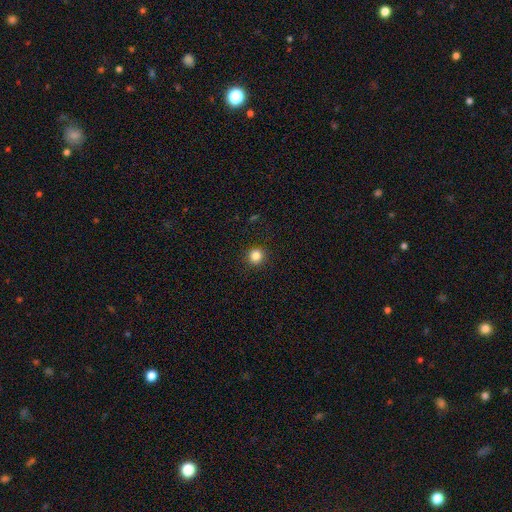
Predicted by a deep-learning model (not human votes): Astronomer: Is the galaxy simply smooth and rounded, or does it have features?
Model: smooth — 84%.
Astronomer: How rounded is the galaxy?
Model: round — 93%.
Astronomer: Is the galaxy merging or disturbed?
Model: none — 92%.